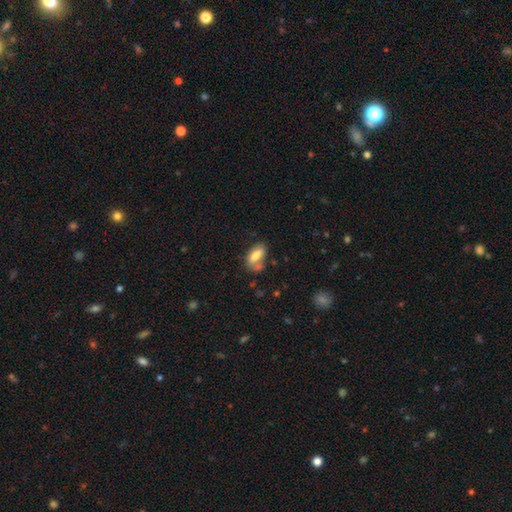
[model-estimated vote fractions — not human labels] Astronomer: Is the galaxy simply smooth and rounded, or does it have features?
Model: smooth — 72%.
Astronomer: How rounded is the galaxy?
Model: in between — 85%.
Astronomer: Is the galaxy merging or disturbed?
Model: none — 51%.